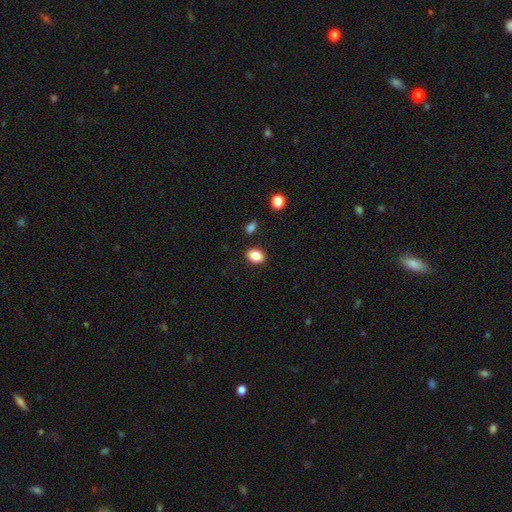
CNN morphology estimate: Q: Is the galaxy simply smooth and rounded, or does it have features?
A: smooth — 86%.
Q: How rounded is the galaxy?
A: in between — 76%.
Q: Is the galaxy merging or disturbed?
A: none — 86%.